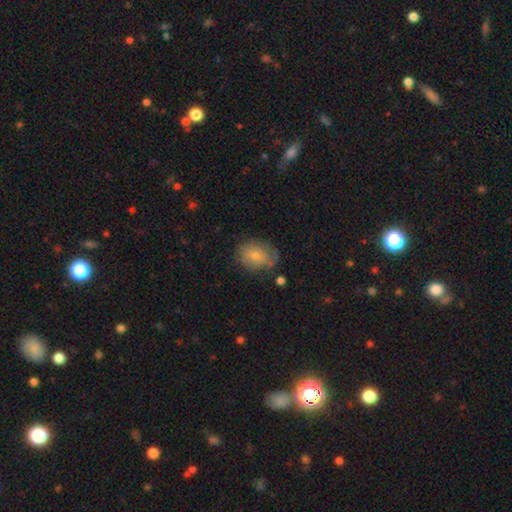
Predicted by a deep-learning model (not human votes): Smooth or featured? smooth (63%)
How rounded? in between (58%)
Merging? none (60%)